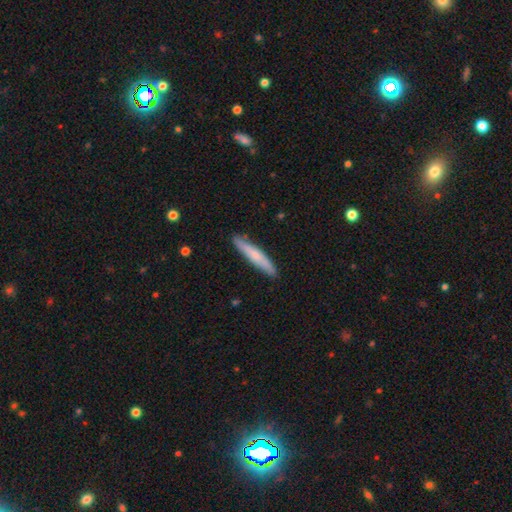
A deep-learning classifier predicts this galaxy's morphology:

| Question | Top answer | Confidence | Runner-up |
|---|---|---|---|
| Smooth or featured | smooth | 64% | featured or disk (30%) |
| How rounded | cigar-shaped | 92% | in between (6%) |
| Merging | none | 88% | minor disturbance (9%) |